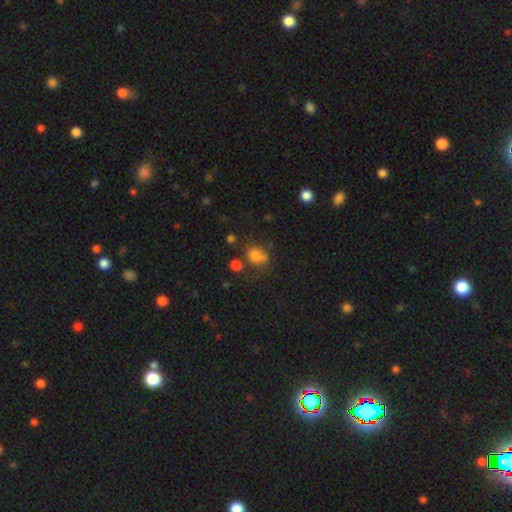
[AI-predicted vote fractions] smooth 74%, star or artifact 15%, featured or disk 10%. Down the decision tree: how rounded — round (50%); merging — none (49%).